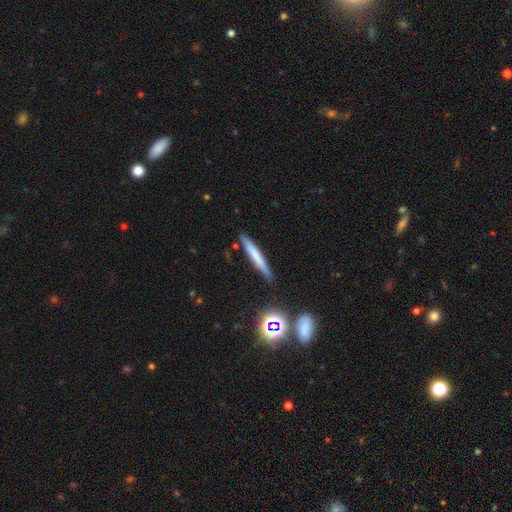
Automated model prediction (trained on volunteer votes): This is likely a smooth galaxy (62%). How rounded: clearly cigar-shaped (94%). Merging: clearly none (84%).